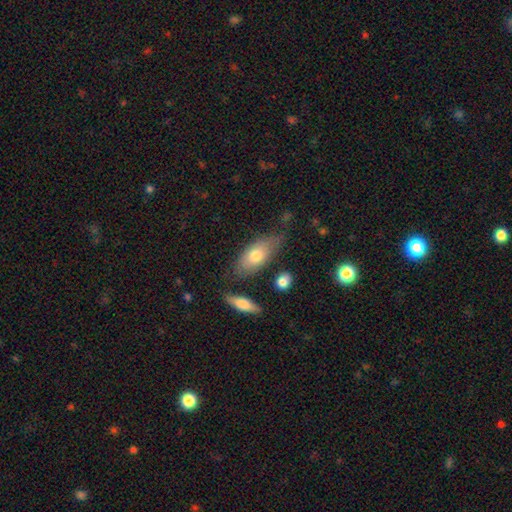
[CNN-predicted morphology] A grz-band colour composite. It shows a smooth galaxy with no disk features (72%) that is in between round and cigar-shaped (84%). Merging: none (60%).